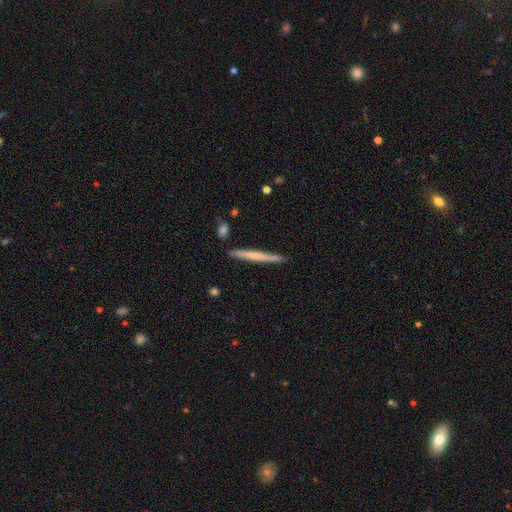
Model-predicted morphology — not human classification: Smooth or featured? Predicted: smooth (p=0.56). How rounded? Predicted: cigar-shaped (p=0.97). Merging? Predicted: none (p=0.87).